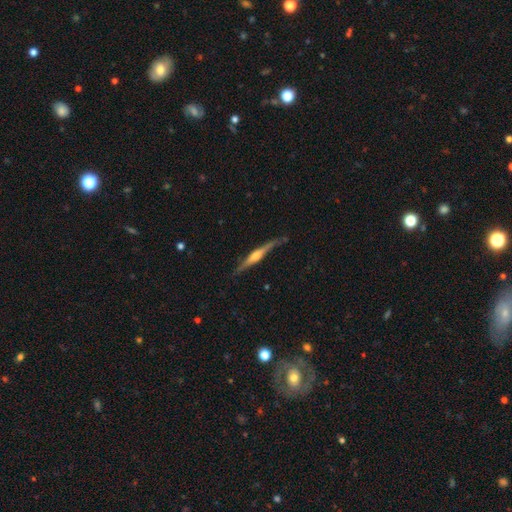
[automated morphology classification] smooth-or-featured: featured or disk: 72% | smooth: 23% | star or artifact: 5%
  disk-edge-on: yes: 97% | no: 3%
    edge-on-bulge: rounded: 84% | boxy: 9% | none: 7%
  merging: none: 80% | minor disturbance: 15% | major disturbance: 3% | merger: 2%